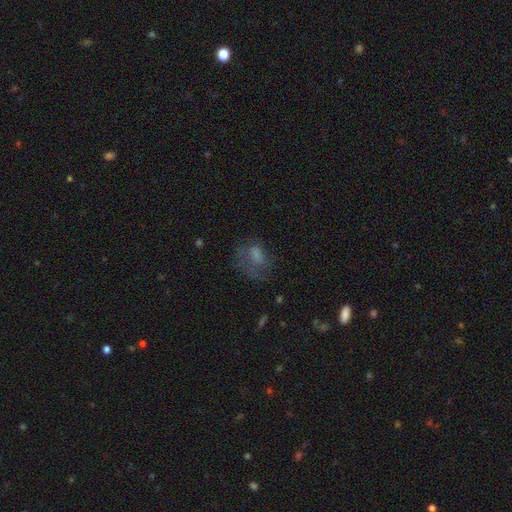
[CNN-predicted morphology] Smooth or featured? Predicted: smooth (p=0.59). How rounded? Predicted: in between (p=0.69). Merging? Predicted: none (p=0.40).